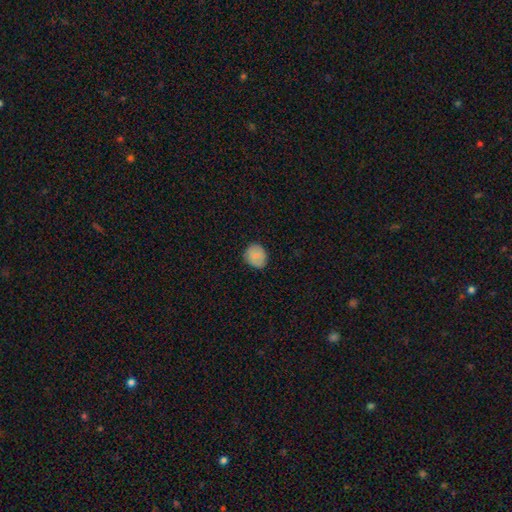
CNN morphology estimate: smooth_or_featured: smooth (p=0.81) [alt: featured or disk p=0.11]
how_rounded: round (p=0.75) [alt: in between p=0.24]
merging: none (p=0.82) [alt: minor disturbance p=0.14]